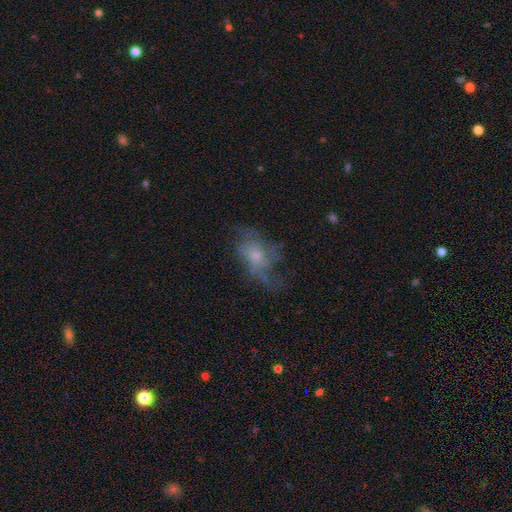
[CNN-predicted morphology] Q: Smooth or featured?
A: featured or disk (57%); runner-up: smooth (30%)
Q: Edge-on disk?
A: no (95%); runner-up: yes (5%)
Q: Bar?
A: no (81%); runner-up: weak (17%)
Q: Spiral arms?
A: yes (59%); runner-up: no (41%)
Q: Bulge size?
A: small (54%); runner-up: moderate (34%)
Q: Merging?
A: none (40%); runner-up: major disturbance (37%)